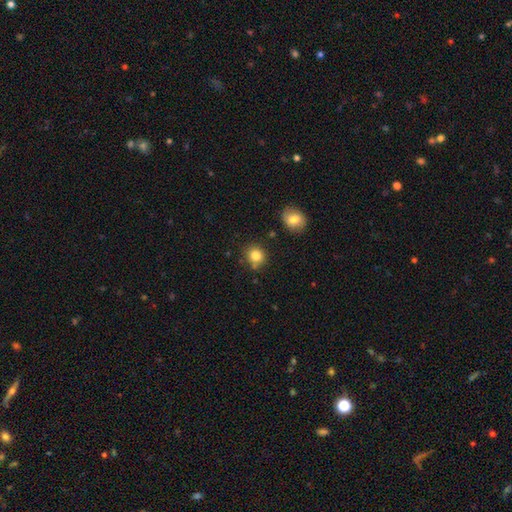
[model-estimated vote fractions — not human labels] Smooth or featured?
  - smooth: 83% *
  - star or artifact: 11%
  - featured or disk: 6%
How rounded?
  - round: 84% *
  - in between: 15%
  - cigar-shaped: 1%
Merging?
  - none: 79% *
  - minor disturbance: 12%
  - merger: 6%
  - major disturbance: 3%